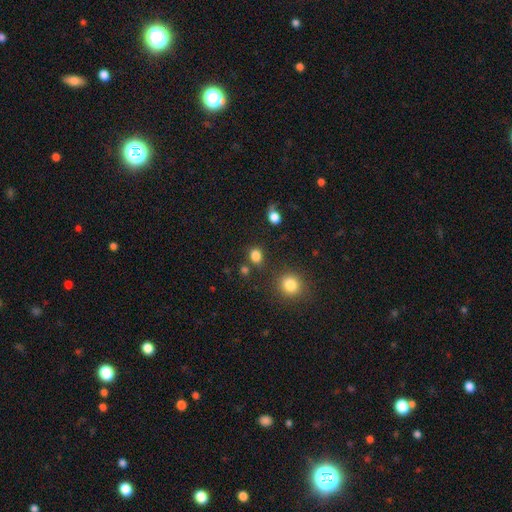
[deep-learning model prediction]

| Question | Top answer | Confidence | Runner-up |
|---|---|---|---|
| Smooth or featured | smooth | 83% | star or artifact (13%) |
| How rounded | round | 59% | in between (40%) |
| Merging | none | 78% | minor disturbance (11%) |